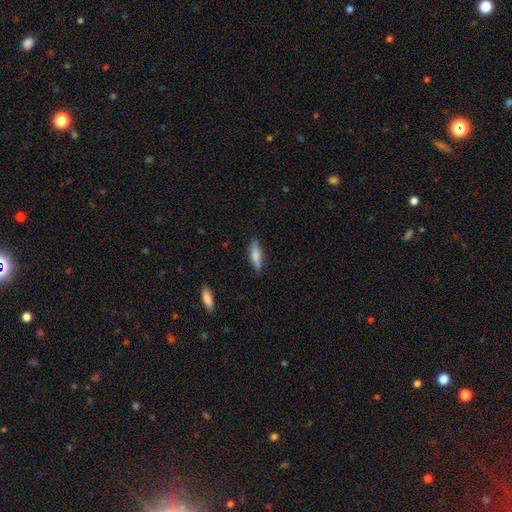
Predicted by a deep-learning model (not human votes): Smooth or featured: smooth — 71% (featured or disk — 22%)
How rounded: cigar-shaped — 59% (in between — 38%)
Merging: none — 80% (minor disturbance — 16%)